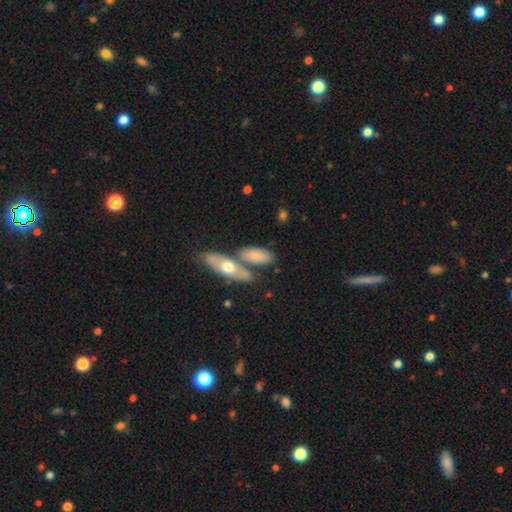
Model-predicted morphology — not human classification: Smooth or featured?
  - smooth: 71% *
  - featured or disk: 23%
  - star or artifact: 6%
How rounded?
  - in between: 79% *
  - cigar-shaped: 17%
  - round: 3%
Merging?
  - none: 52% *
  - merger: 31%
  - minor disturbance: 13%
  - major disturbance: 4%